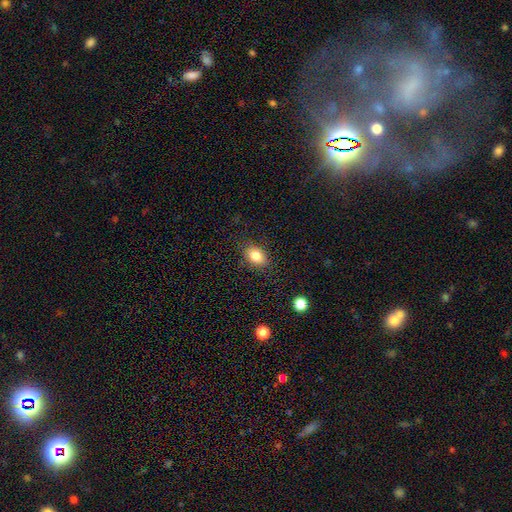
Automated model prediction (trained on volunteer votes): Morphology: type=smooth (81%); roundness=in between (79%); merging=none (85%).